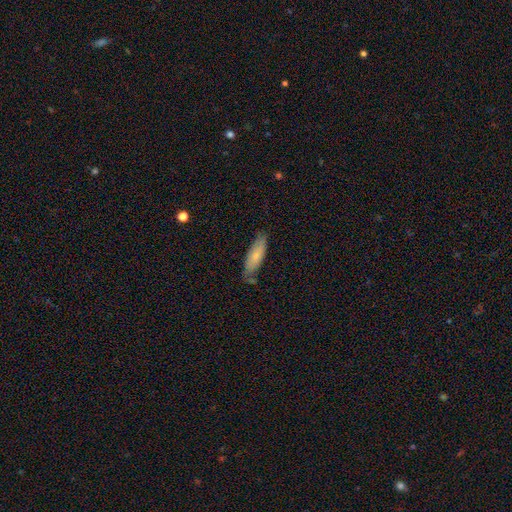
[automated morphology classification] The model was most divided on "how rounded": in between: 52%, cigar-shaped: 46%, round: 2%. More confident: smooth or featured — smooth (73%); merging — none (70%).